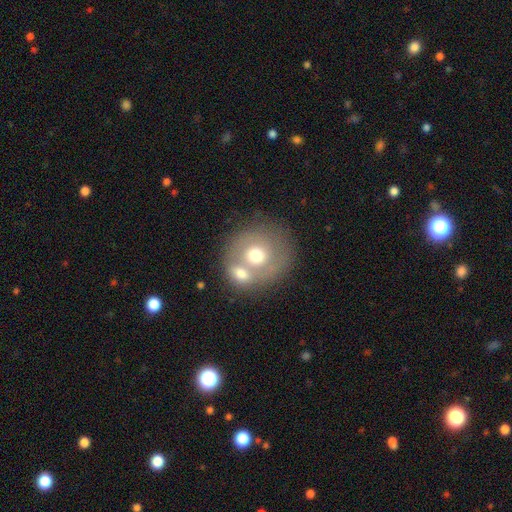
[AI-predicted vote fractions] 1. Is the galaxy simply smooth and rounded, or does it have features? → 58% smooth, 34% featured or disk, 8% star or artifact.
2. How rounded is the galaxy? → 80% round, 19% in between, 1% cigar-shaped.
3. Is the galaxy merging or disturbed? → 46% merger, 38% none, 11% minor disturbance, 6% major disturbance.